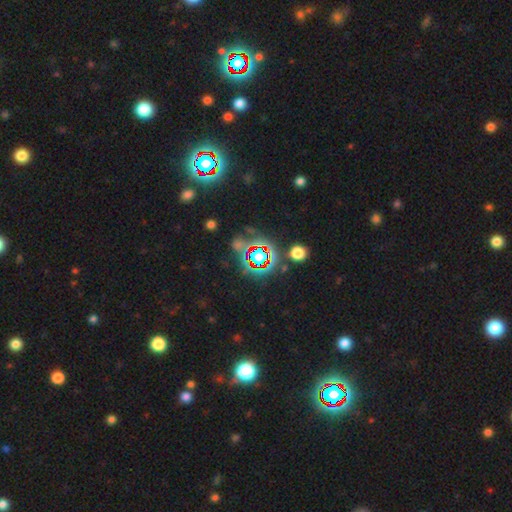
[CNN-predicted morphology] smooth_or_featured: star or artifact (p=0.78) [alt: smooth p=0.13]